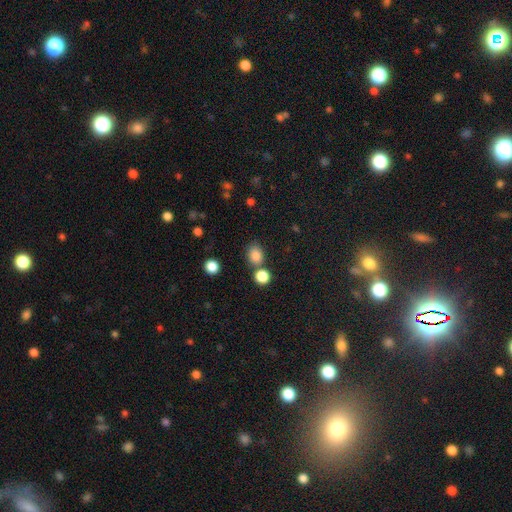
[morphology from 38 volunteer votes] type=smooth (89%); roundness=round (62%); merging=none (66%).